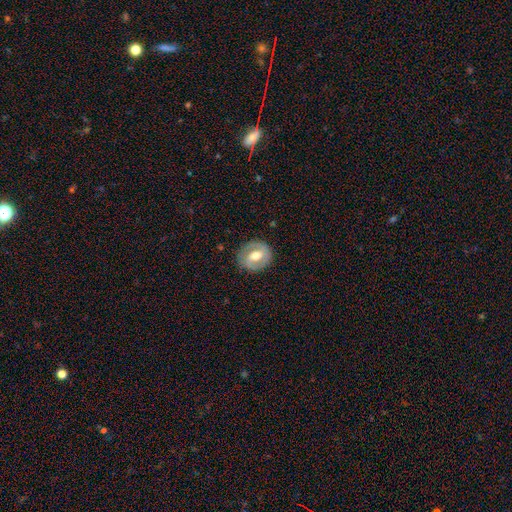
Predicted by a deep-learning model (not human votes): smooth-or-featured: featured or disk: 63% | smooth: 32% | star or artifact: 6%
  disk-edge-on: no: 96% | yes: 4%
    bar: weak: 47% | strong: 27% | no: 26%
    has-spiral-arms: yes: 67% | no: 33%
    bulge-size: moderate: 74% | large: 14% | small: 10% | dominant: 1% | none: 1%
  merging: none: 84% | minor disturbance: 11% | major disturbance: 4% | merger: 1%